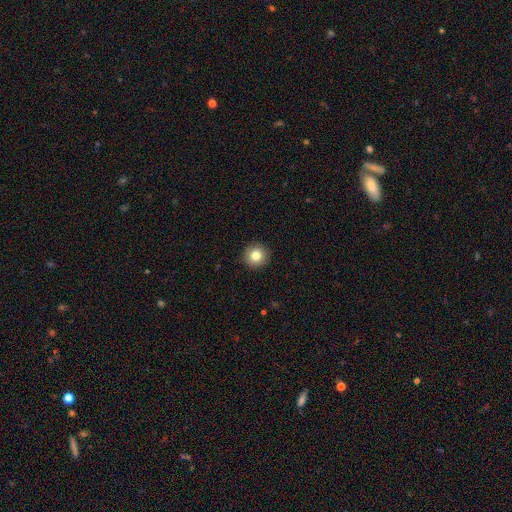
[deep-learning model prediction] Morphology: type=smooth (83%); roundness=round (95%); merging=none (93%).